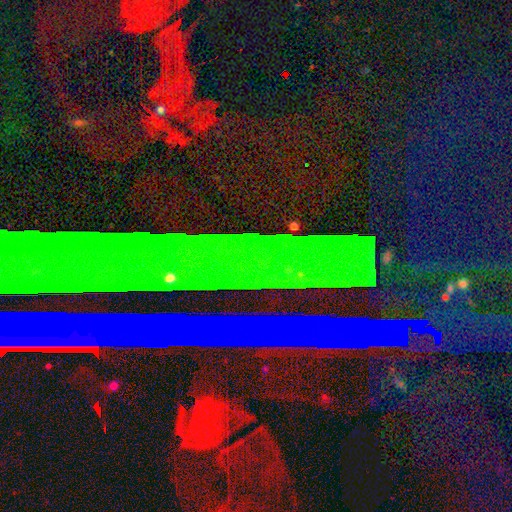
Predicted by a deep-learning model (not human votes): Q: Smooth or featured?
A: star or artifact (81%); runner-up: featured or disk (11%)